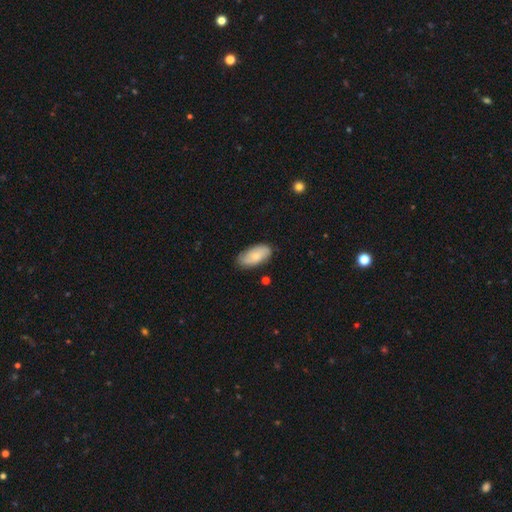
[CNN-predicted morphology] Q: Smooth or featured?
A: smooth (68%); runner-up: featured or disk (26%)
Q: How rounded?
A: in between (92%); runner-up: cigar-shaped (5%)
Q: Merging?
A: none (78%); runner-up: minor disturbance (17%)